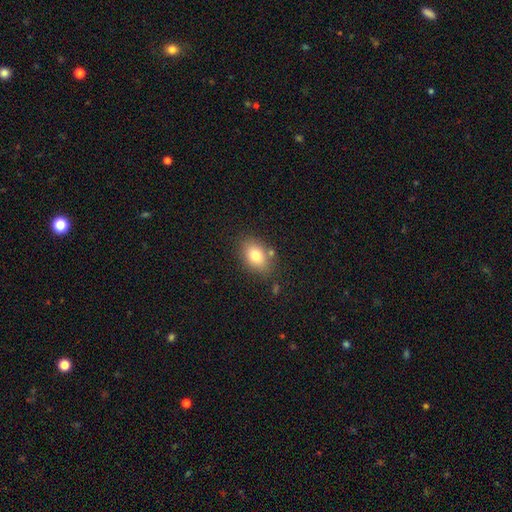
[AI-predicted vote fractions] Smooth or featured? Predicted: smooth (p=0.78). How rounded? Predicted: in between (p=0.80). Merging? Predicted: none (p=0.77).